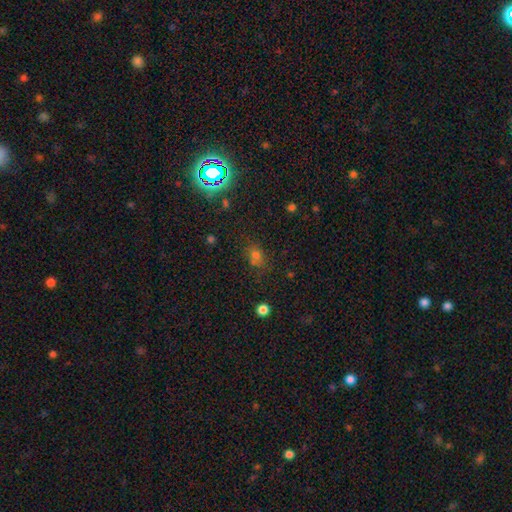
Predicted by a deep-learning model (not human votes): A smooth galaxy with no disk features (55%) that is round (54%). Merging: none (70%).